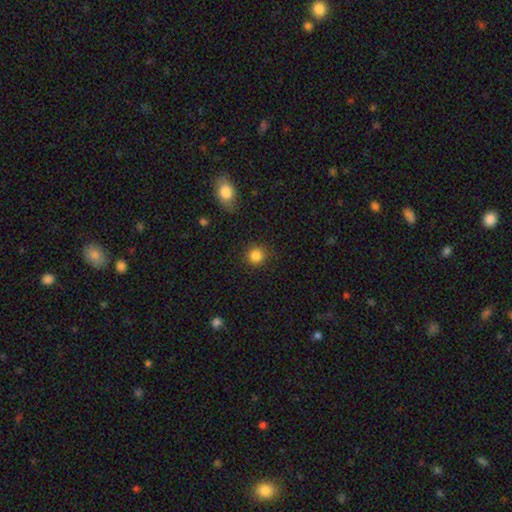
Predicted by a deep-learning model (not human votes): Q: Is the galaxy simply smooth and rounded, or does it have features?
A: smooth — 85%.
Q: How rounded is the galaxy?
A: round — 92%.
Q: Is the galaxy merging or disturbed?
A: none — 89%.